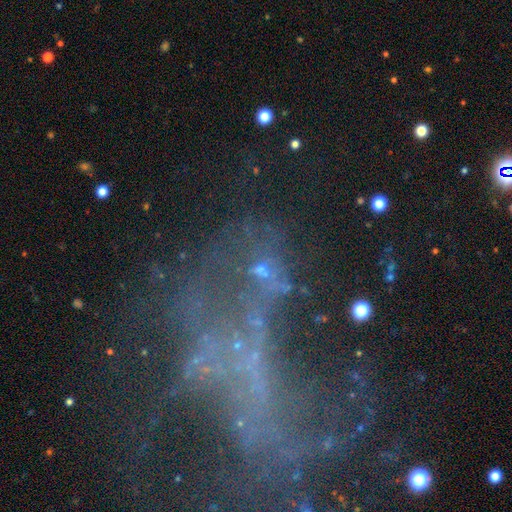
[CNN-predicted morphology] A featured or disk galaxy (48%). Merging: major disturbance (39%).